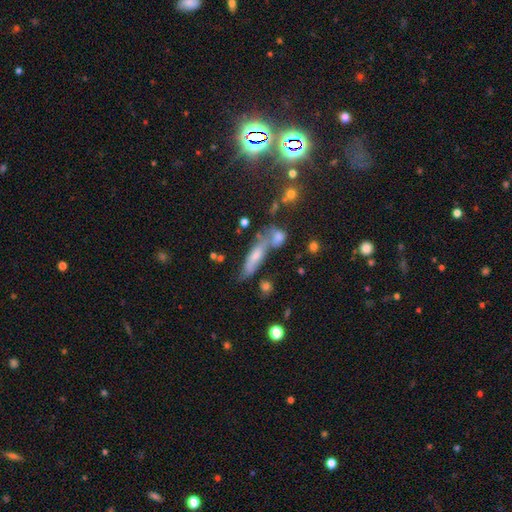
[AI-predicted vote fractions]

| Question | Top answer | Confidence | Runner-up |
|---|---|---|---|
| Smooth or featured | smooth | 37% | featured or disk (35%) |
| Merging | none | 48% | merger (28%) |